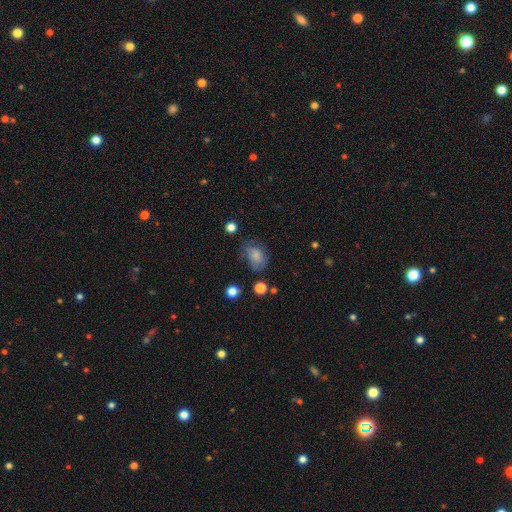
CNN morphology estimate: type=smooth (72%); roundness=in between (69%); merging=none (49%).